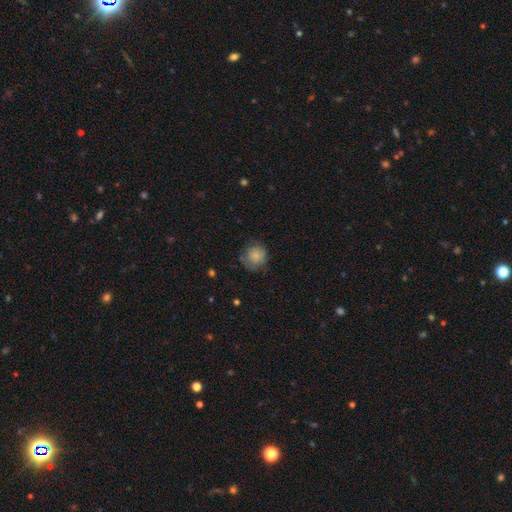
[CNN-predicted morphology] This appears to be a smooth galaxy with no disk features (80%) that is round (88%). Merging: none (67%).